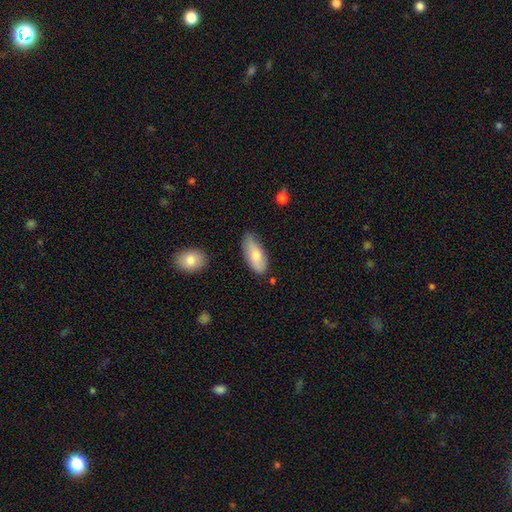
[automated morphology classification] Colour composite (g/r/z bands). It shows a smooth galaxy with no disk features (77%) that is in between round and cigar-shaped (86%). Merging: none (72%).